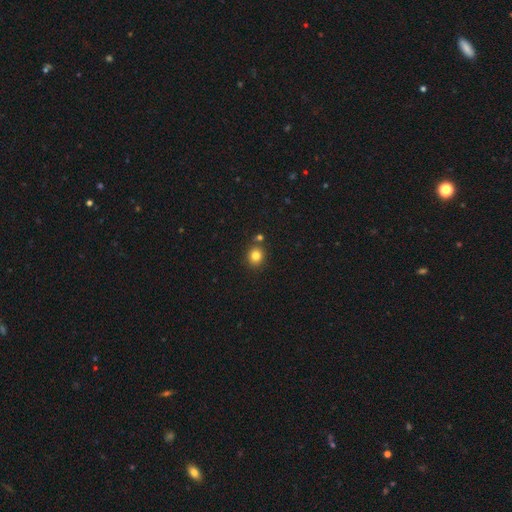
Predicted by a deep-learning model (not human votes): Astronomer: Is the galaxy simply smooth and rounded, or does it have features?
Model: smooth — 82%.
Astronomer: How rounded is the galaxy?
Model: round — 81%.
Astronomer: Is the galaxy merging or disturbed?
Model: none — 81%.